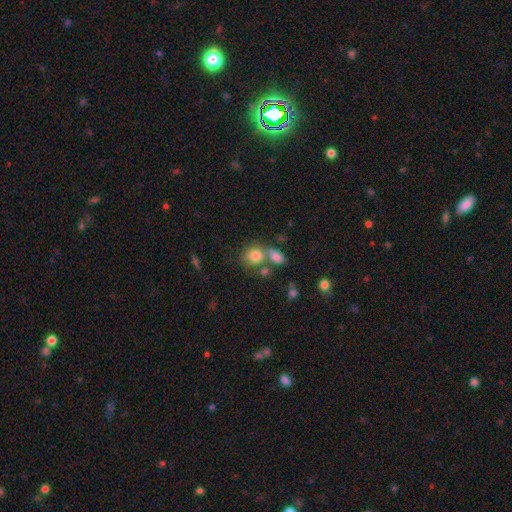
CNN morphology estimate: smooth_or_featured: smooth (p=0.80) [alt: star or artifact p=0.10]
how_rounded: round (p=0.61) [alt: in between p=0.38]
merging: none (p=0.45) [alt: merger p=0.37]